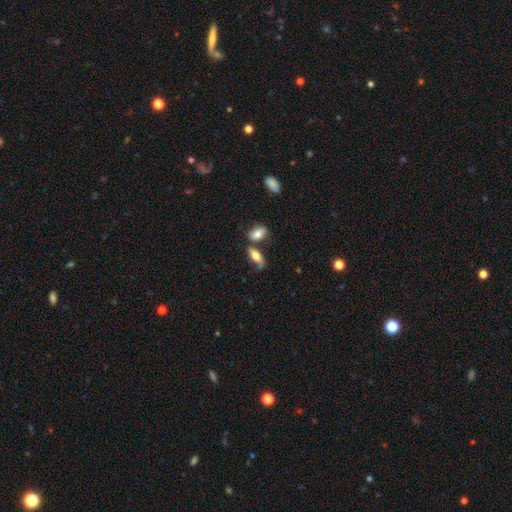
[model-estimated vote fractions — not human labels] smooth_or_featured: smooth (p=0.71) [alt: featured or disk p=0.22]
how_rounded: in between (p=0.78) [alt: cigar-shaped p=0.18]
merging: none (p=0.45) [alt: merger p=0.25]